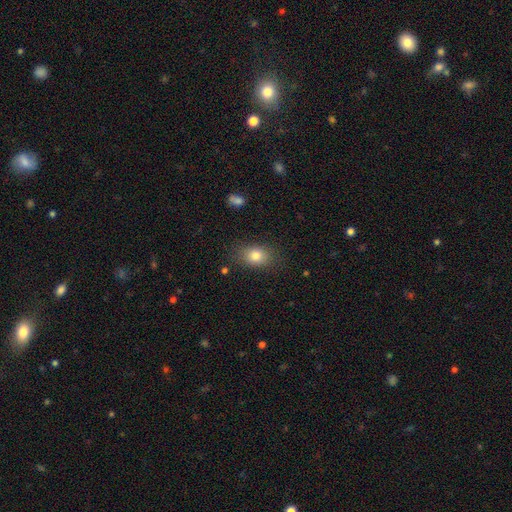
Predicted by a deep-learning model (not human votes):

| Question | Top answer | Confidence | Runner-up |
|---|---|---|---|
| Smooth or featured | smooth | 81% | star or artifact (10%) |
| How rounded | in between | 71% | round (27%) |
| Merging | none | 82% | minor disturbance (13%) |